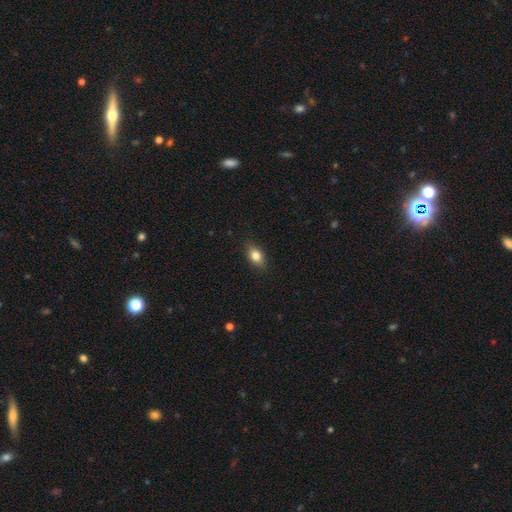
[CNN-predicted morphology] type=smooth (79%); roundness=in between (81%); merging=none (86%).